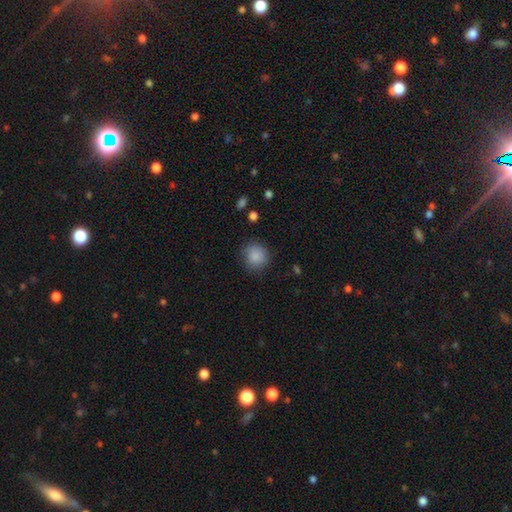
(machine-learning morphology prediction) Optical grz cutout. It shows a smooth galaxy with no disk features (87%) that is round (89%). Merging: none (84%).